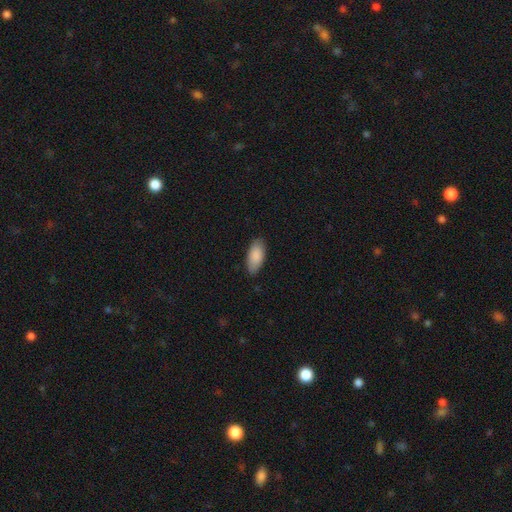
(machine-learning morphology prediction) type=smooth (88%); roundness=in between (90%); merging=none (83%).